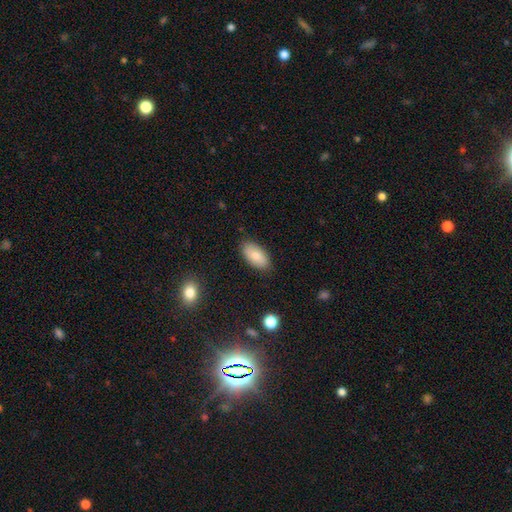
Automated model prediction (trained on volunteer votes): This appears to be a smooth galaxy with no disk features (79%) that is in between round and cigar-shaped (94%). Merging: none (84%).